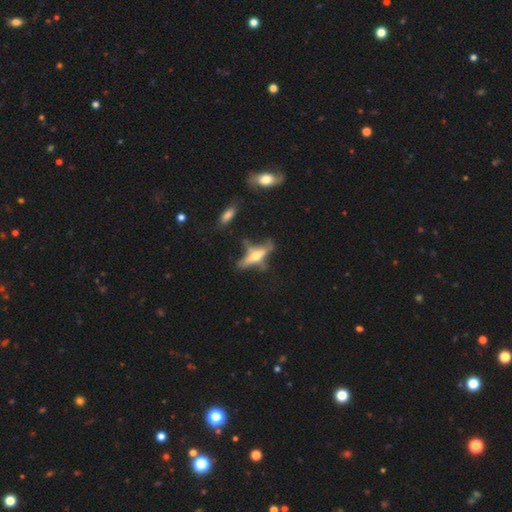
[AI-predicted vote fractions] Overall: featured or disk (63%; smooth 28%). Edge-on disk: yes (85%). Edge-on bulge: rounded (89%). Merging: none (51%; minor disturbance 21%).